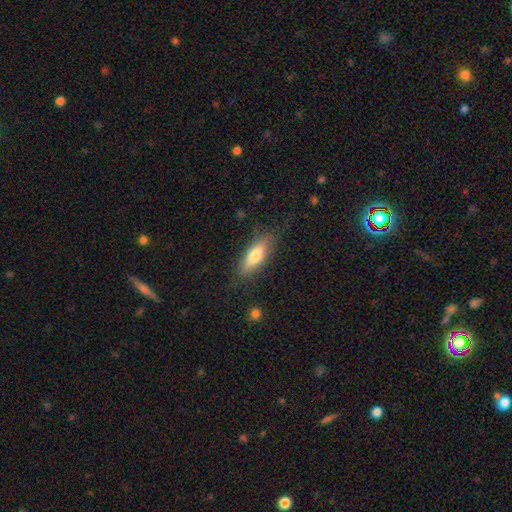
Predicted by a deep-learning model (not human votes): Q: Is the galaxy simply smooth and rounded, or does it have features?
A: smooth — 69%.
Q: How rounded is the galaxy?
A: in between — 57%.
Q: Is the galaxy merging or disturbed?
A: none — 80%.